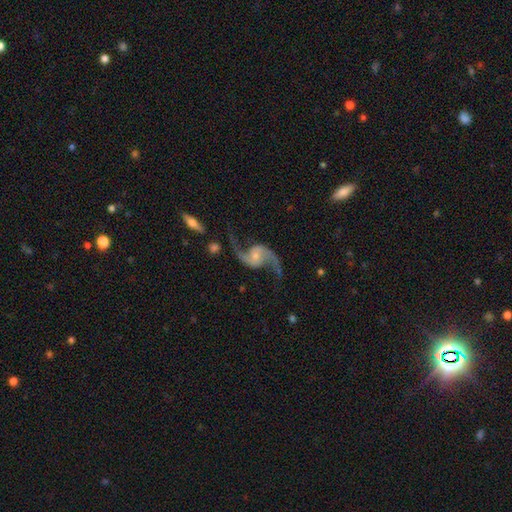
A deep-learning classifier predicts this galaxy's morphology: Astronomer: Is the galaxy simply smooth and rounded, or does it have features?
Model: featured or disk — 92%.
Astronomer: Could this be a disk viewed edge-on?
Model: no — 98%.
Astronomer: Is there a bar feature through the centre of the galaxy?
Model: no — 55% (runner-up: weak, 34%).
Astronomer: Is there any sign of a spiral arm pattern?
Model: yes — 98%.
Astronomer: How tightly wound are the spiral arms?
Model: loose — 83%.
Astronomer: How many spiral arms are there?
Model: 2 — 95%.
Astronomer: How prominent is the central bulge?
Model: small — 54% (runner-up: moderate, 36%).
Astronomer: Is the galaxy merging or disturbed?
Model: none — 74%.